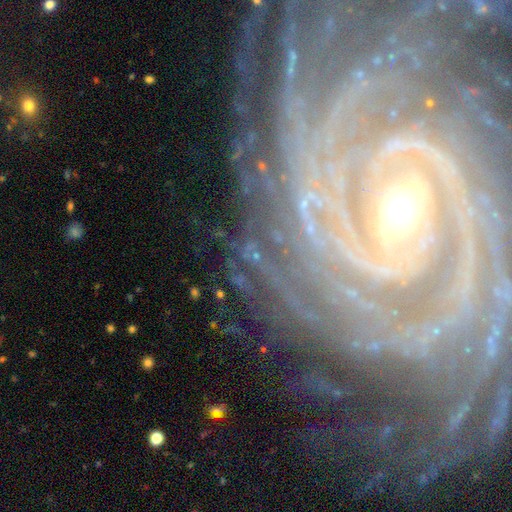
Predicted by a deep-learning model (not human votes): This is likely a featured or disk galaxy (62%). It is clearly not viewed edge-on (91%). Bar: marginally no (40%). Spiral arm pattern: clearly yes (92%). Spiral arm count: marginally can't tell (30%). Spiral winding: likely tight (72%). Central bulge: likely small (60%). Merging: likely none (72%).